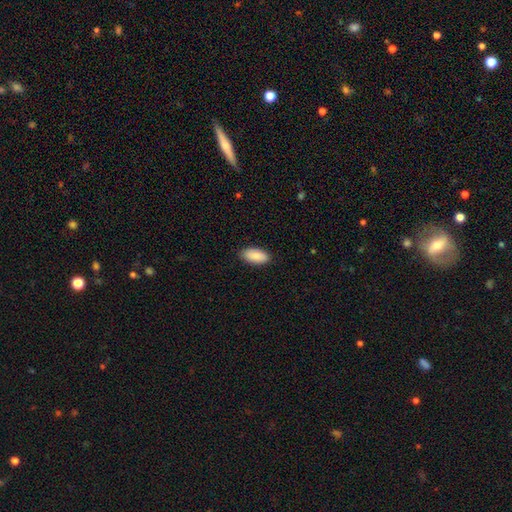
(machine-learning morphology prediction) This appears to be a smooth galaxy with no disk features (91%) that is in between round and cigar-shaped (92%). Merging: none (89%).